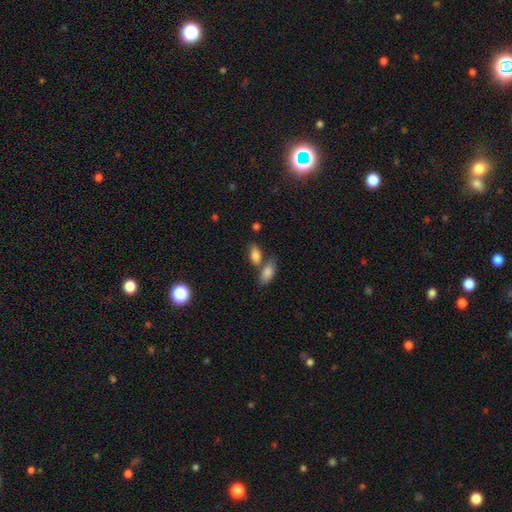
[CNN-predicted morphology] The model was most divided on "merging": none: 52%, merger: 32%, minor disturbance: 12%, major disturbance: 4%. More confident: how rounded — in between (87%); smooth or featured — smooth (82%).